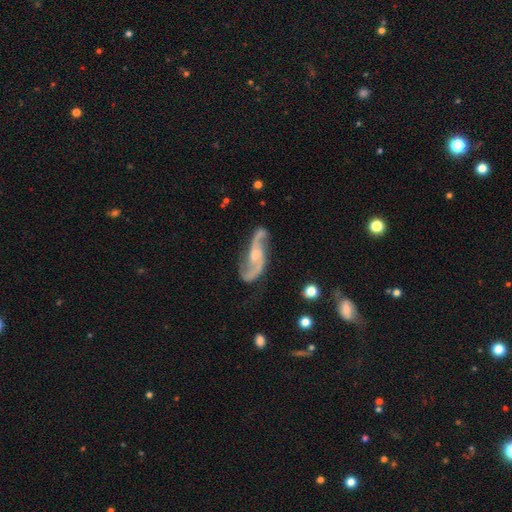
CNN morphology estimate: Smooth or featured: featured or disk — 89% (smooth — 6%)
Edge-on disk: no — 94% (yes — 6%)
Bar: no — 46% (weak — 42%)
Spiral arms: yes — 97% (no — 3%)
Spiral winding: loose — 55% (medium — 37%)
Spiral arm count: 2 — 92% (can't tell — 3%)
Bulge size: moderate — 36% (small — 34%)
Merging: none — 70% (minor disturbance — 18%)